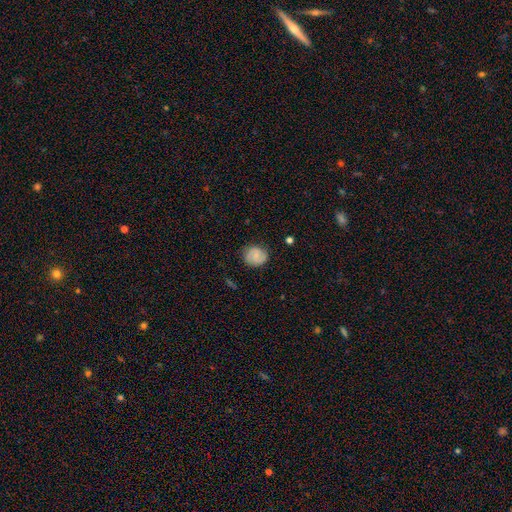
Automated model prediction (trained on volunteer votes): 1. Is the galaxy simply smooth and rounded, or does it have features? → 53% smooth, 39% featured or disk, 8% star or artifact.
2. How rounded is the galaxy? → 75% round, 24% in between, 1% cigar-shaped.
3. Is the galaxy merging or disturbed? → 81% none, 14% minor disturbance, 4% major disturbance, 1% merger.